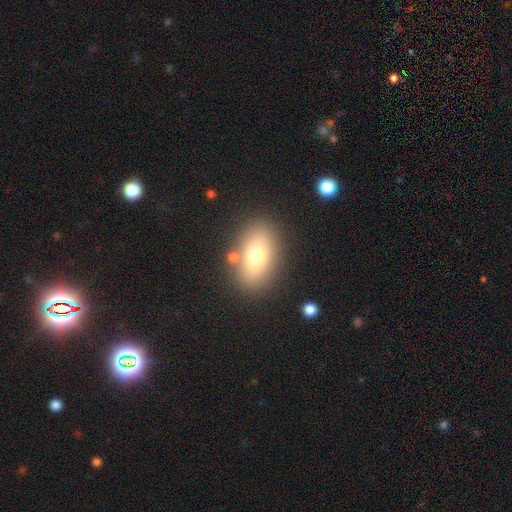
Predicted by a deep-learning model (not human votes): Q: Smooth or featured?
A: smooth (72%); runner-up: featured or disk (17%)
Q: How rounded?
A: in between (82%); runner-up: round (16%)
Q: Merging?
A: none (81%); runner-up: minor disturbance (9%)